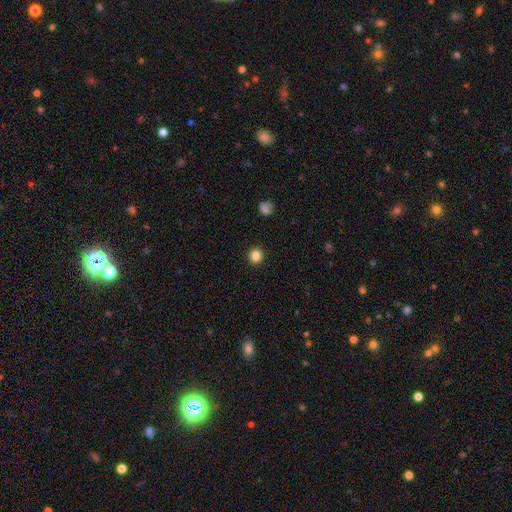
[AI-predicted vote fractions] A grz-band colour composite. It shows a smooth galaxy with no disk features (84%) that is round (90%). Merging: none (92%).